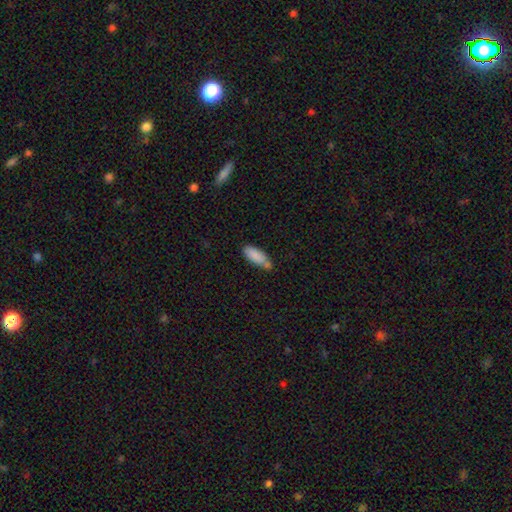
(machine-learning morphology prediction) Smooth or featured? Predicted: smooth (p=0.85). How rounded? Predicted: in between (p=0.69). Merging? Predicted: none (p=0.52).